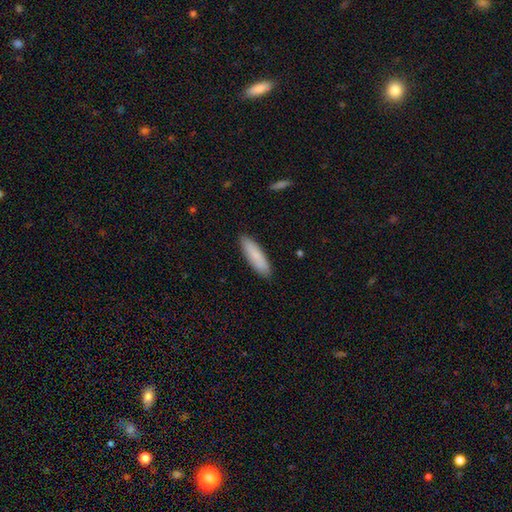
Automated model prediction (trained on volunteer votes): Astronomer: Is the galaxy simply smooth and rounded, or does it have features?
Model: smooth — 84%.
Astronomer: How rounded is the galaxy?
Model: cigar-shaped — 64%.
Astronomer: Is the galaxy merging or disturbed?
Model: none — 89%.